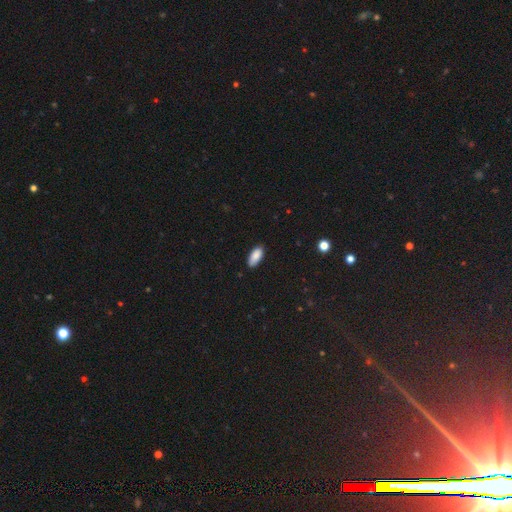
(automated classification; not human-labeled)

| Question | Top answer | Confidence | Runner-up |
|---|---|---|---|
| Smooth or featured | smooth | 87% | star or artifact (7%) |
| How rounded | in between | 90% | cigar-shaped (8%) |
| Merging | none | 84% | minor disturbance (13%) |